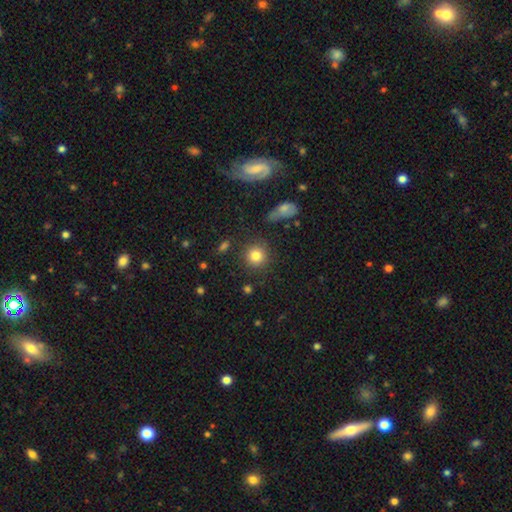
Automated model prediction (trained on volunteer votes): A smooth galaxy with no disk features (82%) that is round (90%). Merging: none (84%).